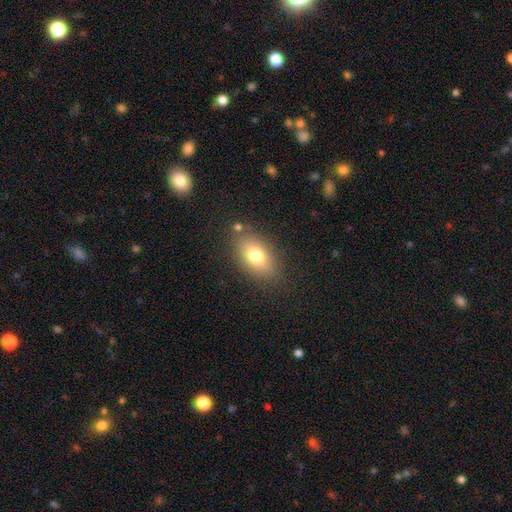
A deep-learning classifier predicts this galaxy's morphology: The model was most divided on "smooth or featured": smooth: 75%, featured or disk: 15%, star or artifact: 10%. More confident: how rounded — in between (87%); merging — none (79%).